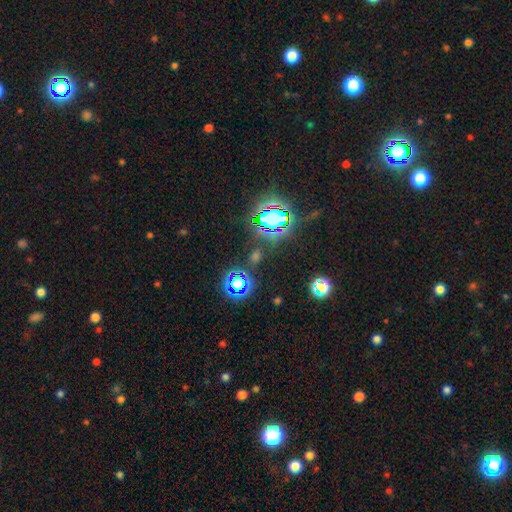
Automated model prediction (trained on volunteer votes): Morphology: type=star or artifact (73%).